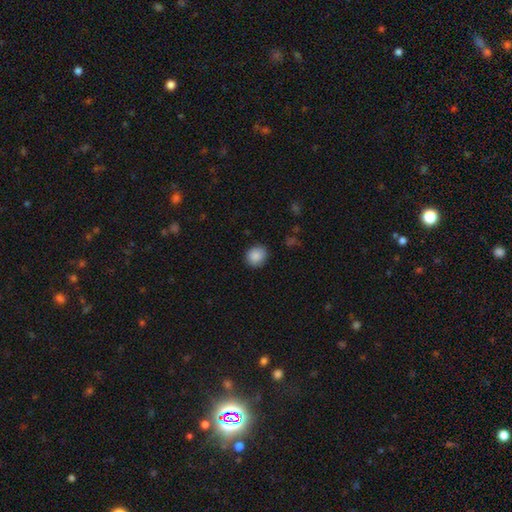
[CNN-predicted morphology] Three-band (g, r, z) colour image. It shows a smooth galaxy with no disk features (89%) that is round (82%). Merging: none (87%).